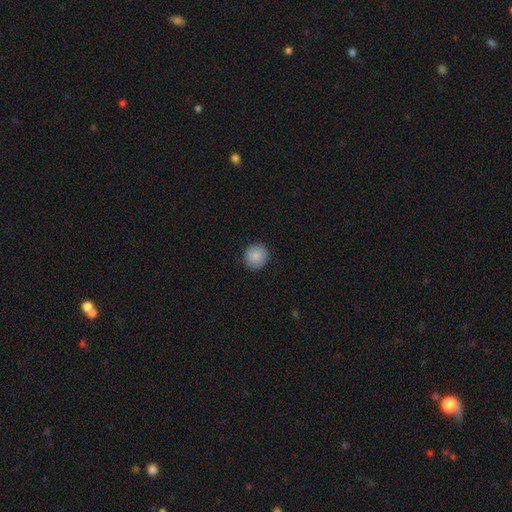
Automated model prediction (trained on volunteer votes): The model was most divided on "smooth or featured": smooth: 88%, star or artifact: 8%, featured or disk: 4%. More confident: how rounded — round (91%); merging — none (90%).